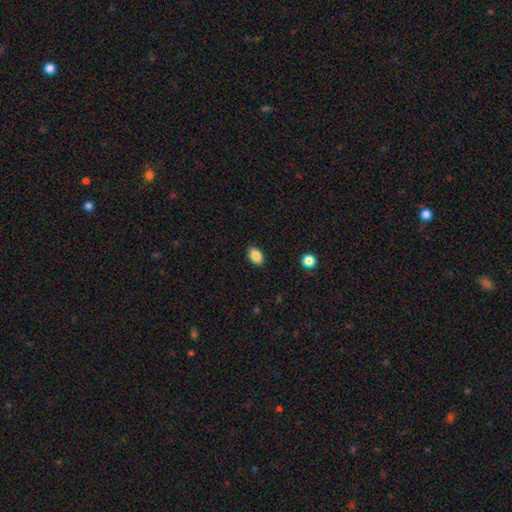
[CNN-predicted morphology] Smooth or featured: smooth — 87% (star or artifact — 8%)
How rounded: in between — 87% (round — 11%)
Merging: none — 88% (minor disturbance — 8%)